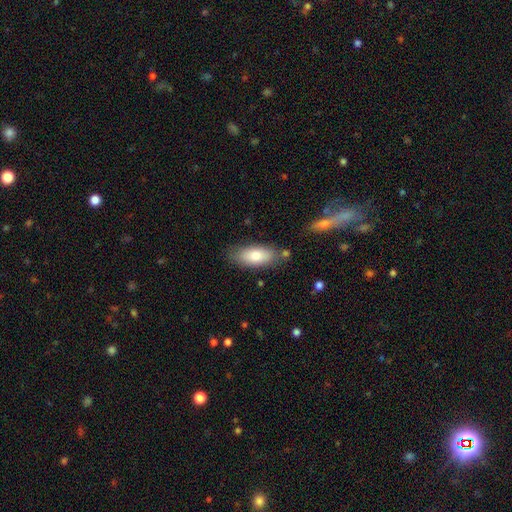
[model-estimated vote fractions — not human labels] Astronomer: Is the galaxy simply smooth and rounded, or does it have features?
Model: smooth — 79%.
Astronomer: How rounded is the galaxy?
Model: in between — 82%.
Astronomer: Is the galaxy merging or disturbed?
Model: none — 76%.